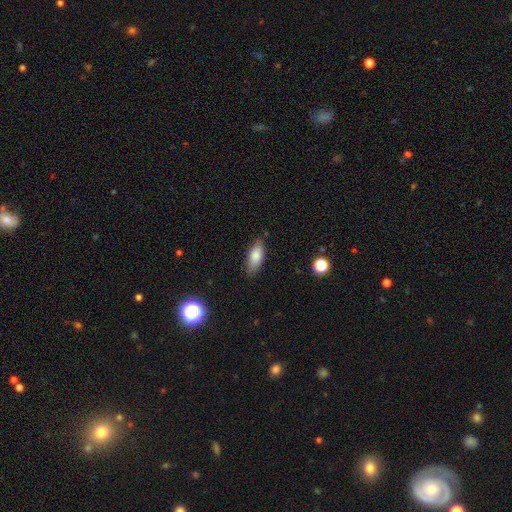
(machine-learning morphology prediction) The model was most divided on "how rounded": in between: 79%, cigar-shaped: 18%, round: 3%. More confident: smooth or featured — smooth (81%); merging — none (80%).